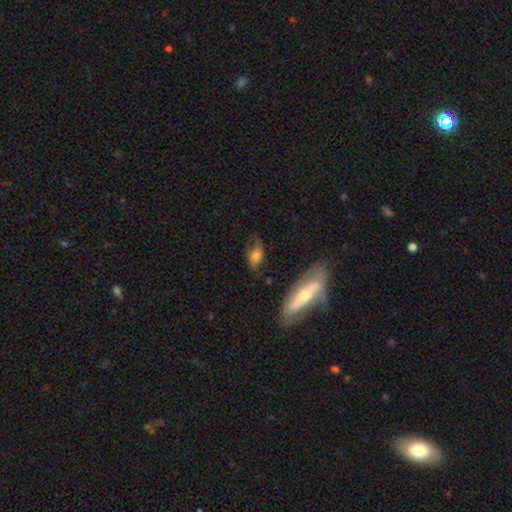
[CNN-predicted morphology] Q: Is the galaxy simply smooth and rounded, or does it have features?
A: smooth — 57%.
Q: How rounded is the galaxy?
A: in between — 79%.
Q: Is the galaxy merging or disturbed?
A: none — 52%.